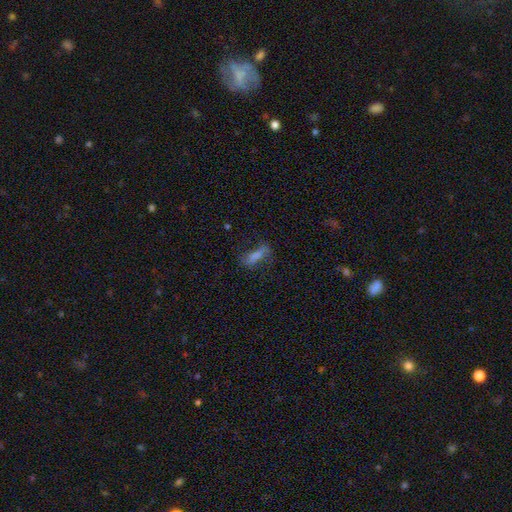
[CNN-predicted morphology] smooth_or_featured: smooth (p=0.50) [alt: featured or disk p=0.33]
merging: none (p=0.65) [alt: minor disturbance p=0.20]